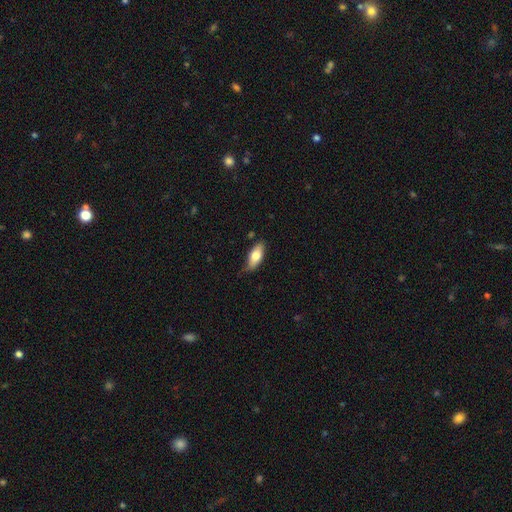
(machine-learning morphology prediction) A smooth galaxy with no disk features (72%) that is in between round and cigar-shaped (79%). Merging: none (71%).